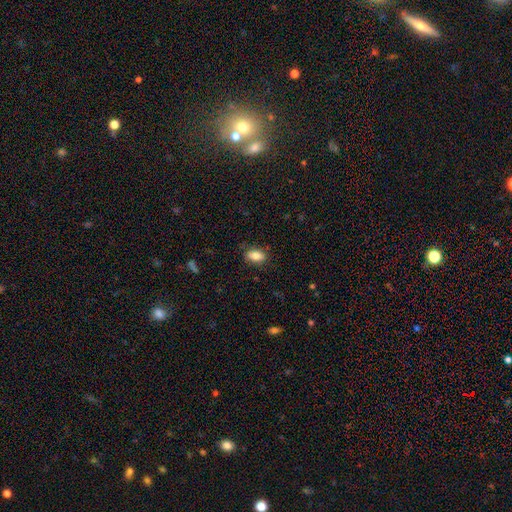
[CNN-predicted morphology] Smooth or featured?
  - smooth: 83% *
  - featured or disk: 9%
  - star or artifact: 8%
How rounded?
  - in between: 88% *
  - round: 9%
  - cigar-shaped: 4%
Merging?
  - none: 81% *
  - minor disturbance: 15%
  - major disturbance: 3%
  - merger: 1%